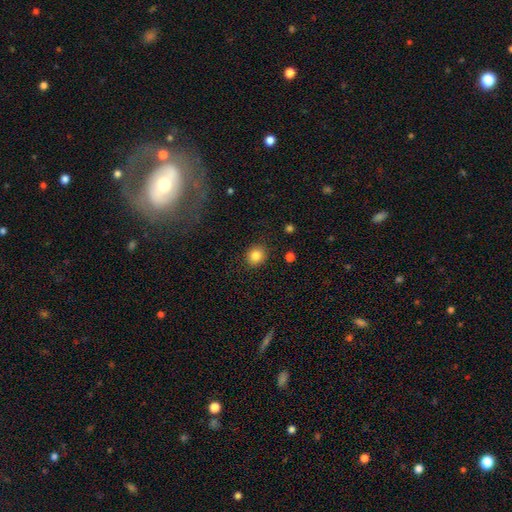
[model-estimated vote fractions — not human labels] Morphology: type=smooth (84%); roundness=round (76%); merging=none (88%).